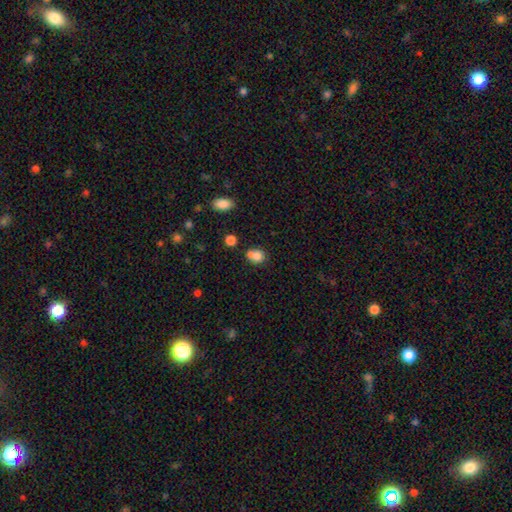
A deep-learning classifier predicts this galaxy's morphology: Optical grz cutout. It shows a smooth galaxy with no disk features (79%) that is round (62%). Merging: merger (42%).